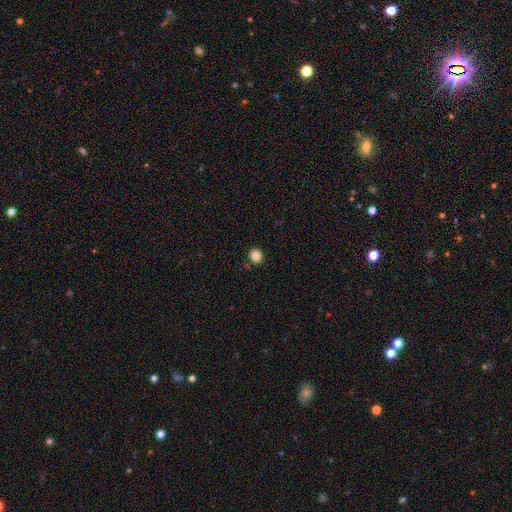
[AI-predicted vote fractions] smooth 84%, star or artifact 11%, featured or disk 5%. Down the decision tree: how rounded — round (72%); merging — none (88%).